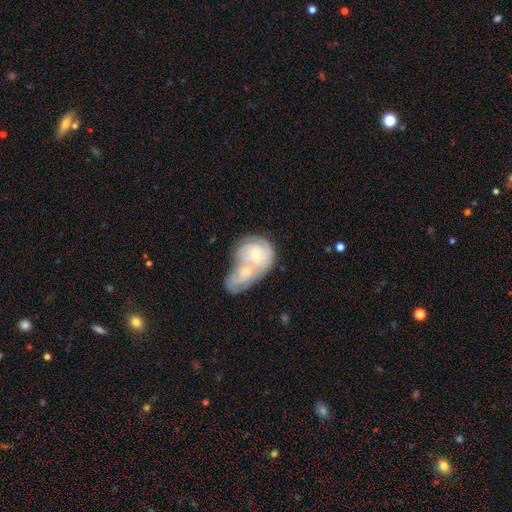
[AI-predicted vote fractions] Smooth or featured? featured or disk (62%)
Edge-on disk? no (96%)
Bar? no (77%)
Spiral arms? yes (77%)
Bulge size? small (50%)
Merging? merger (77%)